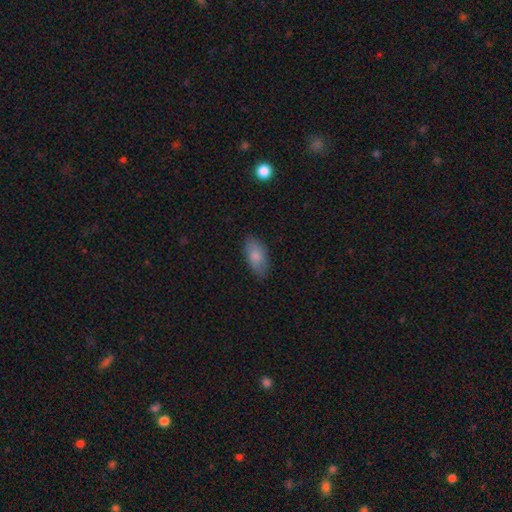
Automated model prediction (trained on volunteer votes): A smooth galaxy with no disk features (81%) that is in between round and cigar-shaped (91%). Merging: none (80%).